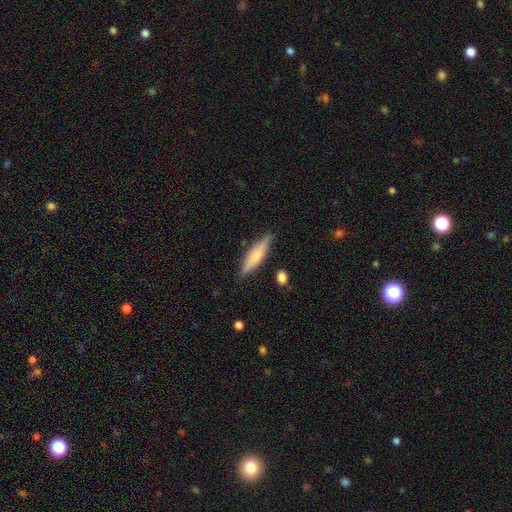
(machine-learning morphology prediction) This appears to be a smooth galaxy with no disk features (52%) that is cigar-shaped (73%). Merging: none (82%).